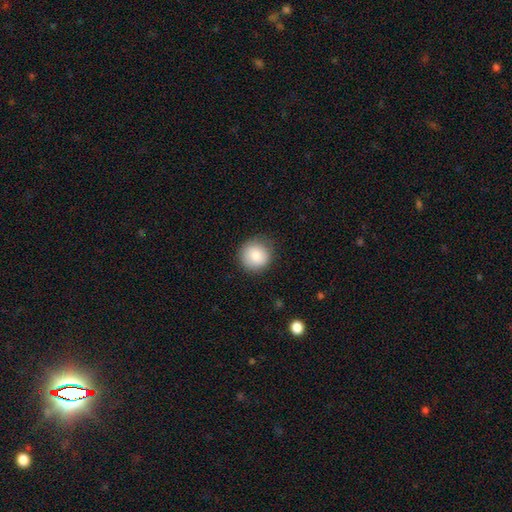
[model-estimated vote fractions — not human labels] Smooth or featured? Predicted: smooth (p=0.85). How rounded? Predicted: round (p=0.93). Merging? Predicted: none (p=0.84).